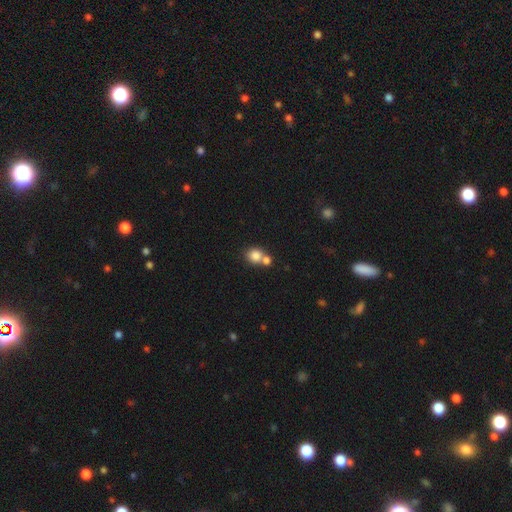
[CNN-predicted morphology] Q: Smooth or featured?
A: smooth (82%); runner-up: star or artifact (10%)
Q: How rounded?
A: round (81%); runner-up: in between (18%)
Q: Merging?
A: merger (45%); tied with: none (45%)